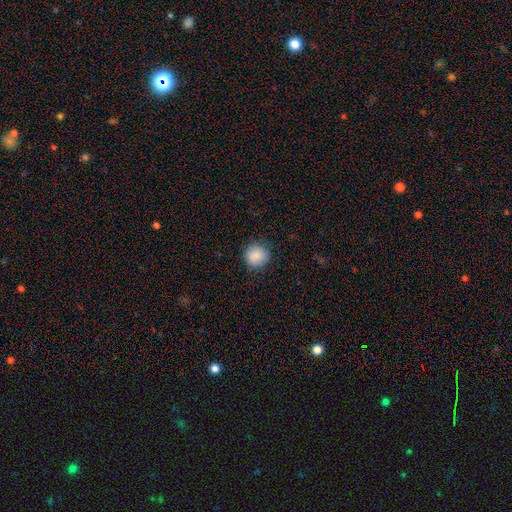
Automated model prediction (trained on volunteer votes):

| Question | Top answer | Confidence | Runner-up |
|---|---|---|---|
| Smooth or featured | smooth | 88% | star or artifact (8%) |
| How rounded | round | 91% | in between (8%) |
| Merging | none | 85% | minor disturbance (11%) |